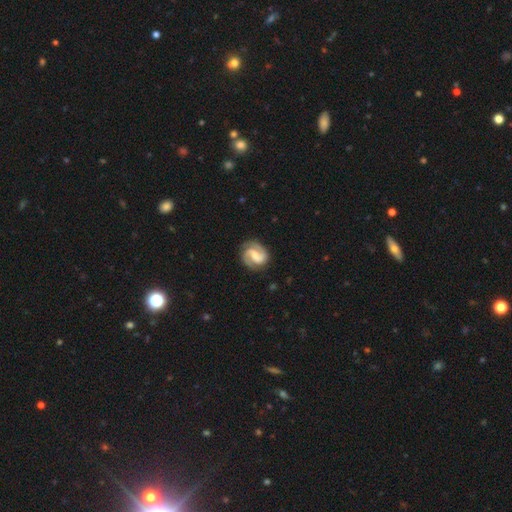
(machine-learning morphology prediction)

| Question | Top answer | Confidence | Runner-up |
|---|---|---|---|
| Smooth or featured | featured or disk | 84% | smooth (11%) |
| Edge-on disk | no | 98% | yes (2%) |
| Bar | weak | 49% | strong (29%) |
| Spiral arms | yes | 97% | no (3%) |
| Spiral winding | medium | 50% | tight (31%) |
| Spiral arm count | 2 | 89% | can't tell (4%) |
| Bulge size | small | 36% | moderate (31%) |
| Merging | none | 80% | minor disturbance (13%) |